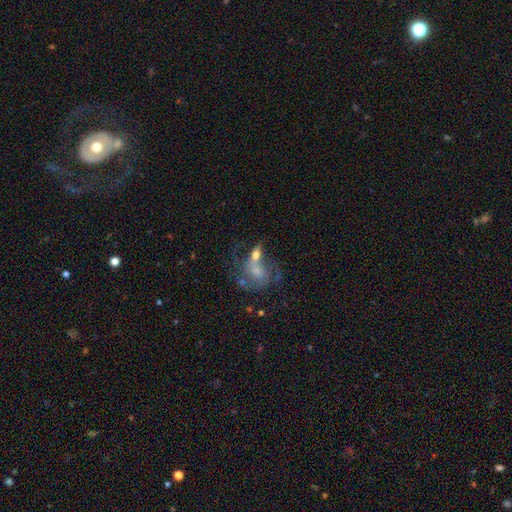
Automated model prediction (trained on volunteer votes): Smooth or featured: featured or disk — 51% (smooth — 38%)
Edge-on disk: no — 92% (yes — 8%)
Merging: merger — 43% (none — 24%)